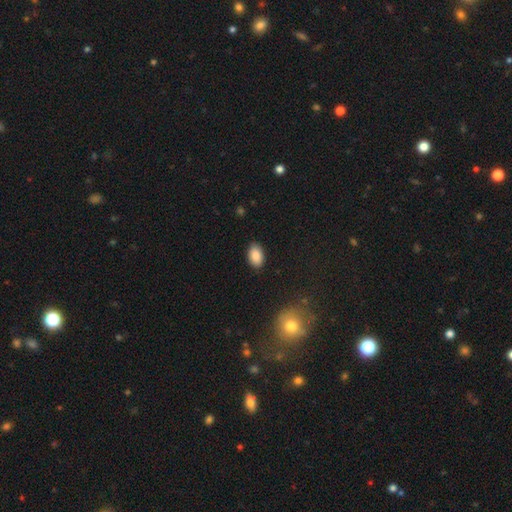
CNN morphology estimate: Smooth or featured? smooth (88%)
How rounded? in between (91%)
Merging? none (86%)